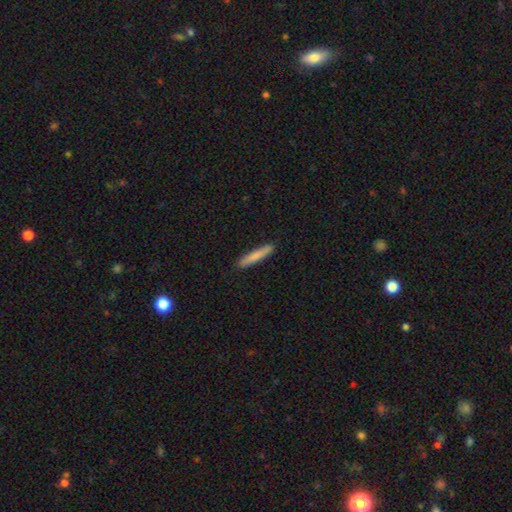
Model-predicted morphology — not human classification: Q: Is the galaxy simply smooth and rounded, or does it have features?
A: smooth — 76%.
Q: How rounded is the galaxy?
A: cigar-shaped — 93%.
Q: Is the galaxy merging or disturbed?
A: none — 90%.